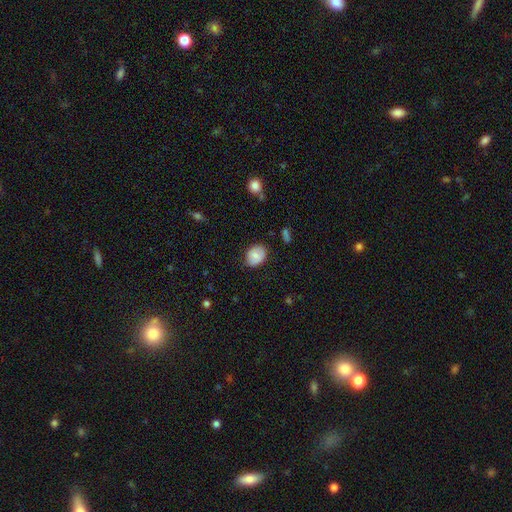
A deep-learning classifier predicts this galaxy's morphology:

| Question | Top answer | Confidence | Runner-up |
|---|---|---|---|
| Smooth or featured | smooth | 73% | featured or disk (19%) |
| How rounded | in between | 66% | round (33%) |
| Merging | none | 77% | minor disturbance (18%) |